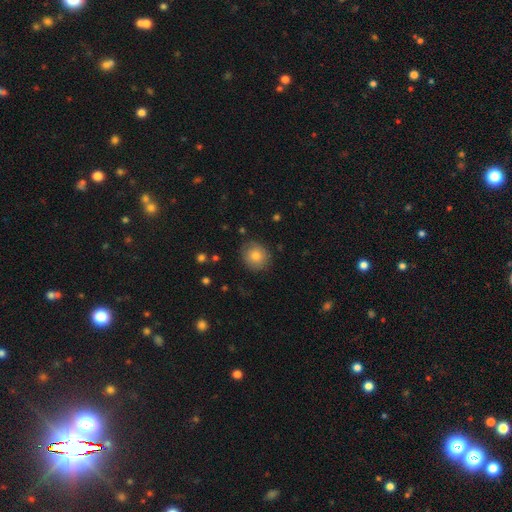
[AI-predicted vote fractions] Overall: smooth (81%). How rounded: round (82%). Merging: none (84%).